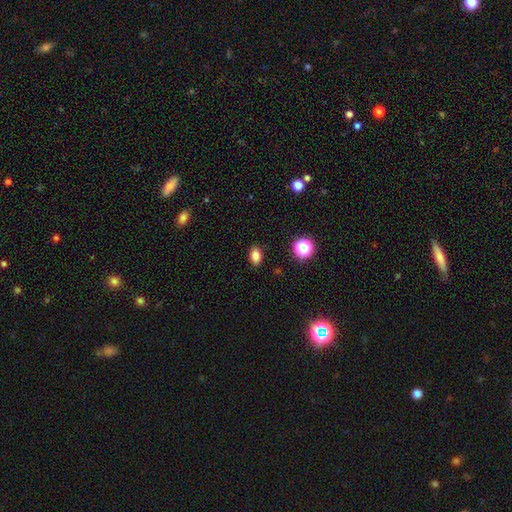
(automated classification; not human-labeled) Smooth or featured?
  - smooth: 82% *
  - star or artifact: 12%
  - featured or disk: 6%
How rounded?
  - in between: 84% *
  - round: 14%
  - cigar-shaped: 2%
Merging?
  - none: 88% *
  - minor disturbance: 8%
  - major disturbance: 2%
  - merger: 1%